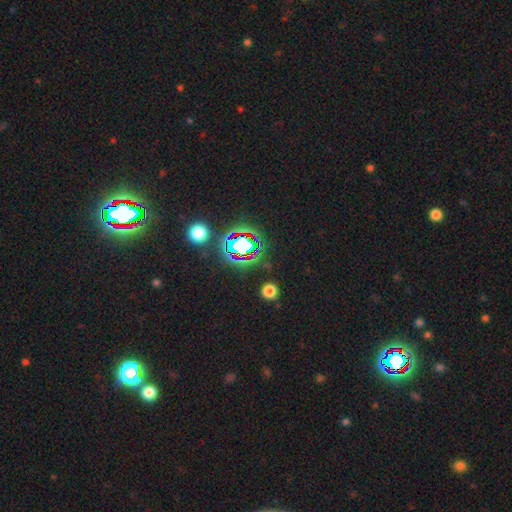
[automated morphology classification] This is clearly a star or artifact rather than a galaxy (82%).